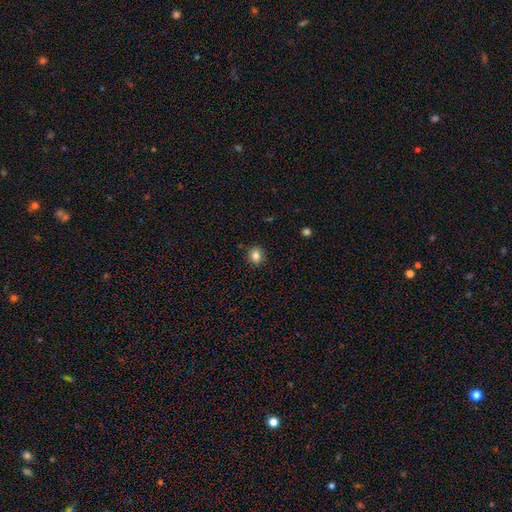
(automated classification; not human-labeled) This appears to be a smooth galaxy with no disk features (82%) that is round (79%). Merging: none (88%).